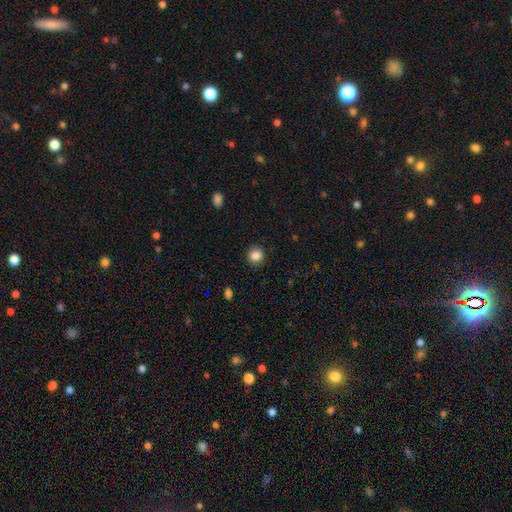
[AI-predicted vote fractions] smooth 86%, star or artifact 10%, featured or disk 4%. Down the decision tree: how rounded — round (92%); merging — none (91%).